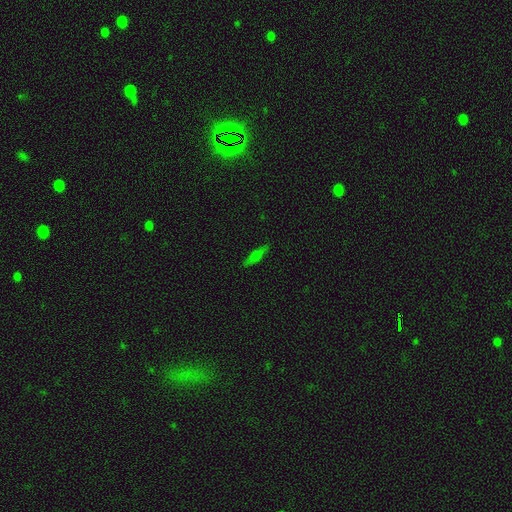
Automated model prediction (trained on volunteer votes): Morphology: type=smooth (52%); roundness=cigar-shaped (70%); merging=none (86%).